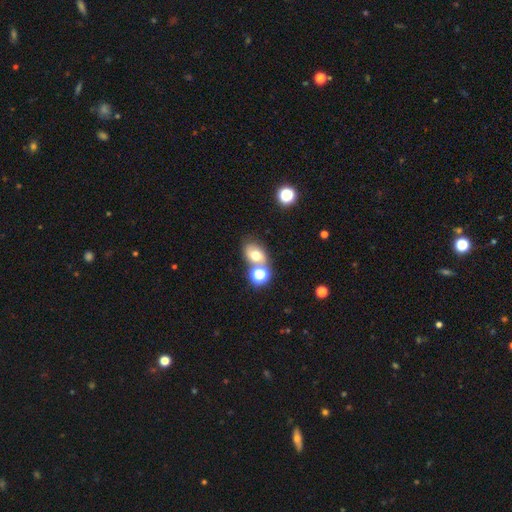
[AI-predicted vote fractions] smooth-or-featured: smooth: 63% | featured or disk: 19% | star or artifact: 18%
  how-rounded: in between: 64% | round: 35% | cigar-shaped: 1%
  merging: none: 51% | merger: 29% | minor disturbance: 14% | major disturbance: 6%